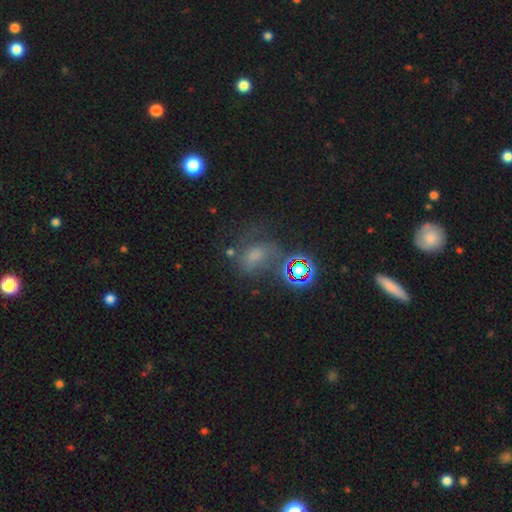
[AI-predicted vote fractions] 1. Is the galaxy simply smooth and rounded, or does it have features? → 39% smooth, 36% star or artifact, 25% featured or disk.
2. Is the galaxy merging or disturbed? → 46% none, 22% major disturbance, 22% minor disturbance, 10% merger.